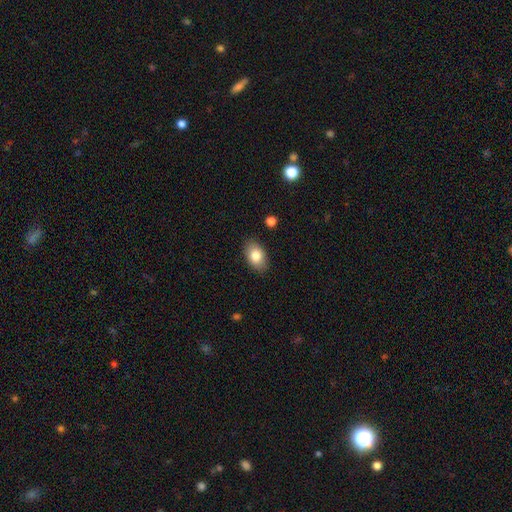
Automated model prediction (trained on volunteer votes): smooth-or-featured: smooth: 82% | featured or disk: 11% | star or artifact: 7%
  how-rounded: in between: 88% | round: 10% | cigar-shaped: 1%
  merging: none: 87% | minor disturbance: 10% | major disturbance: 2% | merger: 1%